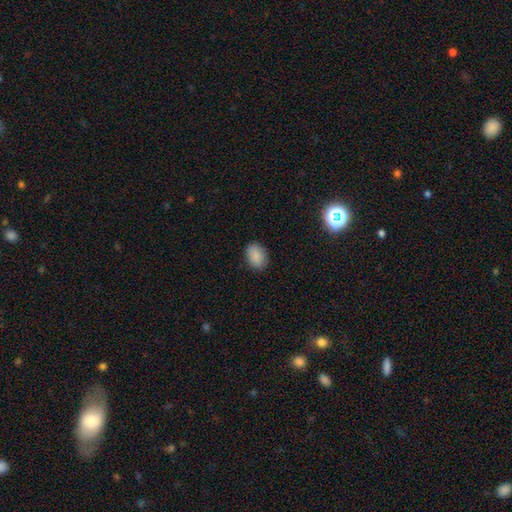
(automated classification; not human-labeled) Q: Smooth or featured?
A: smooth (88%); runner-up: star or artifact (8%)
Q: How rounded?
A: in between (78%); runner-up: round (21%)
Q: Merging?
A: none (85%); runner-up: minor disturbance (11%)